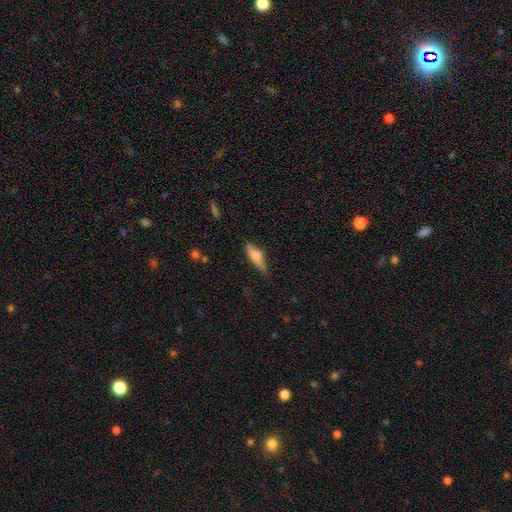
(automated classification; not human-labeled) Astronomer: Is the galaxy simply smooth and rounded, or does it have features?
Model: smooth — 58% (runner-up: featured or disk, 34%).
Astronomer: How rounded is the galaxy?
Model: cigar-shaped — 58% (runner-up: in between, 39%).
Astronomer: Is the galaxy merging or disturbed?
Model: none — 66%.